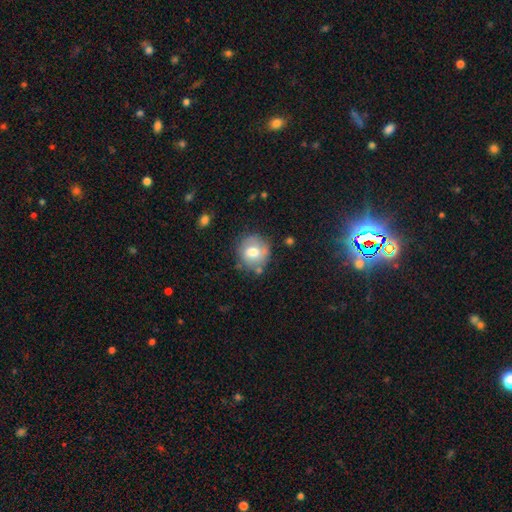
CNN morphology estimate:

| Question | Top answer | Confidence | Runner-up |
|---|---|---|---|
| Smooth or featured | smooth | 37% | star or artifact (33%) |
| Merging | none | 79% | minor disturbance (13%) |